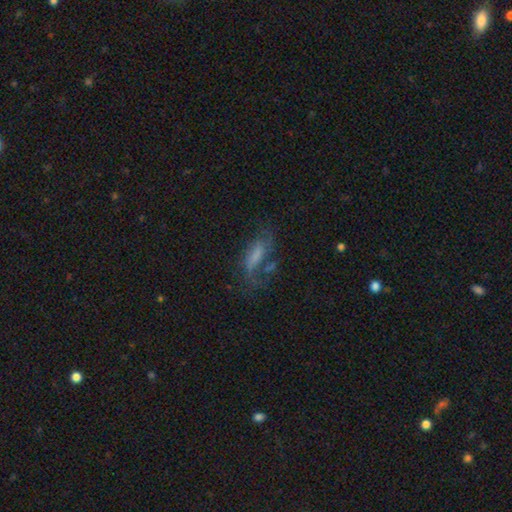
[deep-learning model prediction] Q: Smooth or featured?
A: featured or disk (47%); runner-up: smooth (38%)
Q: Merging?
A: none (44%); runner-up: major disturbance (28%)